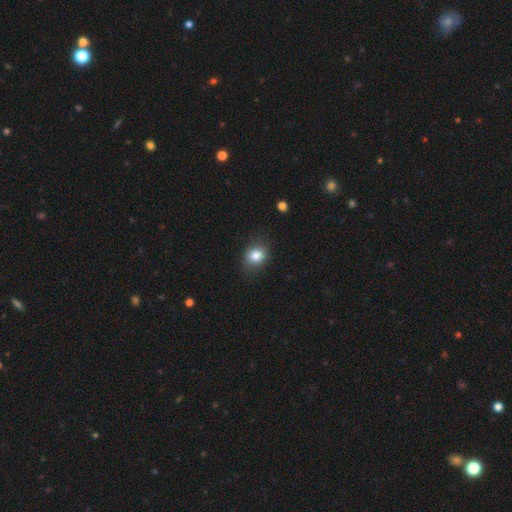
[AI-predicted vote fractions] A smooth galaxy with no disk features (82%) that is round (57%).

Vote fractions:
- Smooth or featured? smooth: 82% / star or artifact: 10% / featured or disk: 7%
- How rounded? round: 57% / in between: 42% / cigar-shaped: 1%
- Merging? none: 82% / minor disturbance: 13% / major disturbance: 4% / merger: 1%